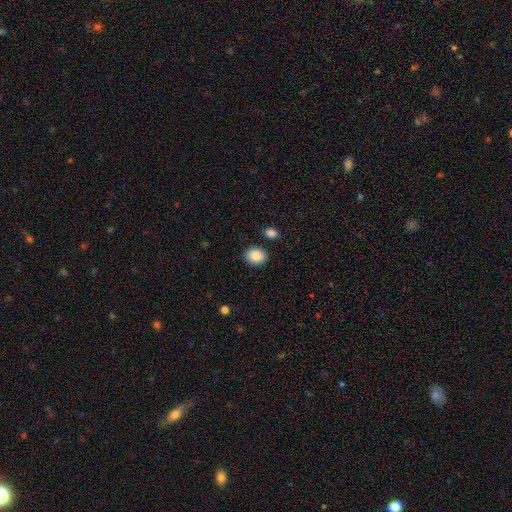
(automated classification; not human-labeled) Q: Smooth or featured?
A: smooth (88%); runner-up: star or artifact (8%)
Q: How rounded?
A: round (64%); runner-up: in between (35%)
Q: Merging?
A: none (85%); runner-up: minor disturbance (9%)